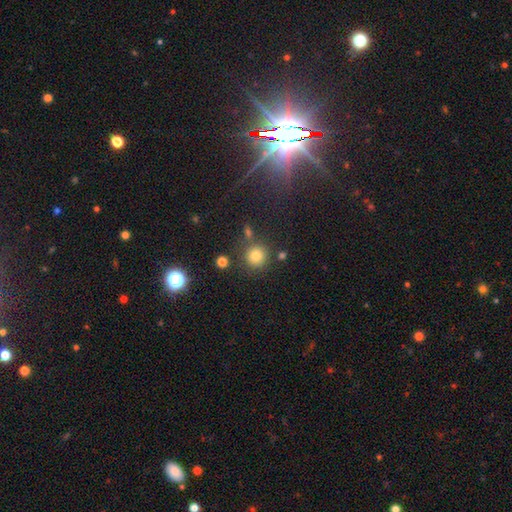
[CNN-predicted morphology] A smooth galaxy with no disk features (78%) that is round (92%). Merging: none (79%).